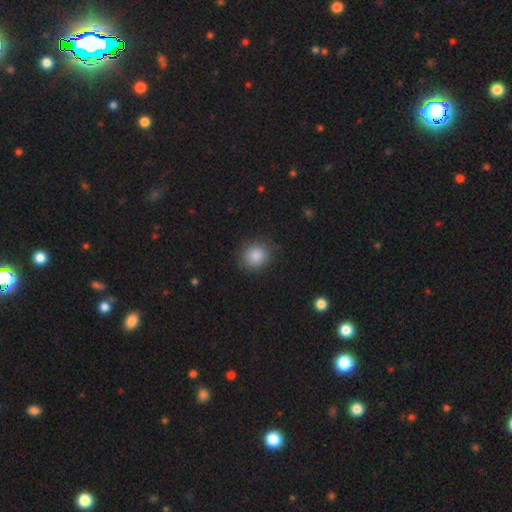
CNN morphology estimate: This is clearly a smooth galaxy (87%). How rounded: likely round (75%). Merging: clearly none (86%).